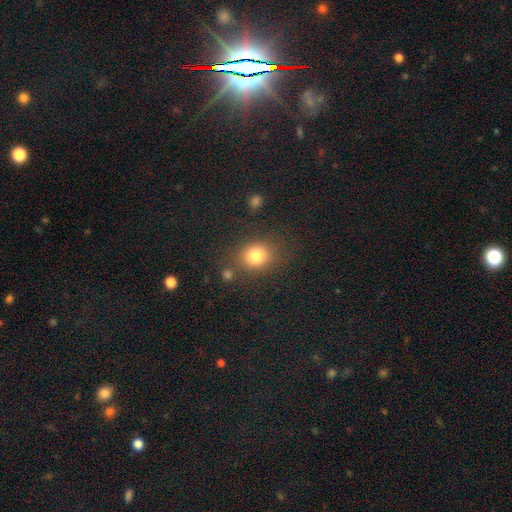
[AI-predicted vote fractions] Smooth or featured?
  - smooth: 80% *
  - star or artifact: 12%
  - featured or disk: 8%
How rounded?
  - round: 68% *
  - in between: 31%
  - cigar-shaped: 1%
Merging?
  - none: 77% *
  - minor disturbance: 12%
  - merger: 6%
  - major disturbance: 5%